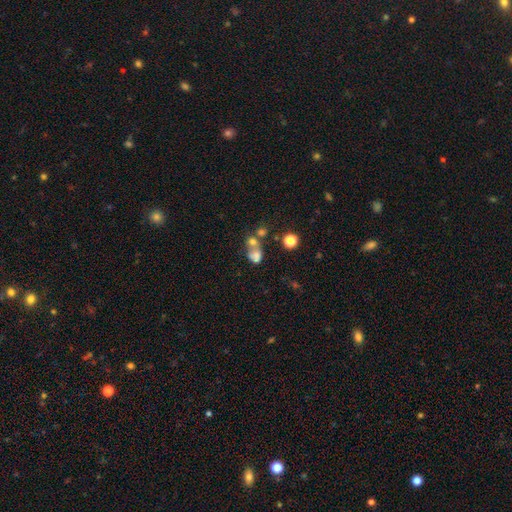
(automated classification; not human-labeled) This appears to be a smooth galaxy with no disk features (65%) that is round (55%). Merging: merger (56%).